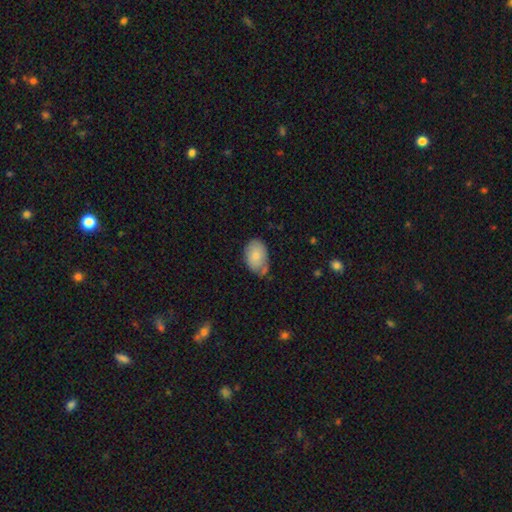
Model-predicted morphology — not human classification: smooth_or_featured: smooth (p=0.80) [alt: featured or disk p=0.14]
how_rounded: in between (p=0.88) [alt: round p=0.11]
merging: none (p=0.54) [alt: minor disturbance p=0.34]